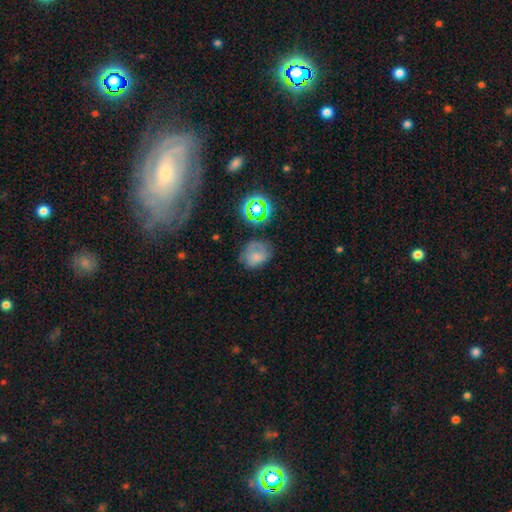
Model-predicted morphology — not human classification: This is possibly a smooth galaxy (58%). How rounded: possibly round (50%). Merging: possibly none (50%).